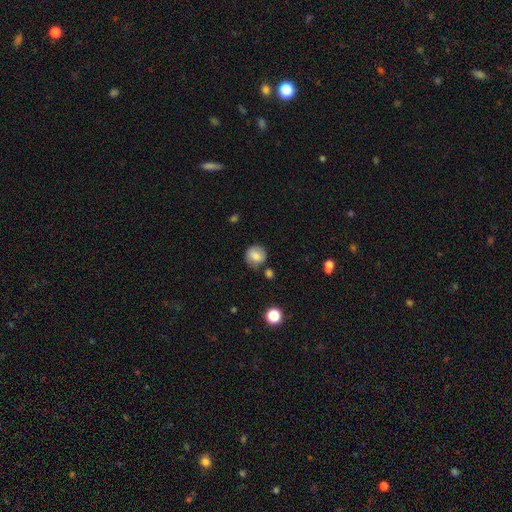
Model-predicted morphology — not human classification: A smooth galaxy with no disk features (77%) that is round (86%).

Vote fractions:
- Smooth or featured? smooth: 77% / featured or disk: 14% / star or artifact: 9%
- How rounded? round: 86% / in between: 13% / cigar-shaped: 1%
- Merging? none: 77% / minor disturbance: 14% / merger: 5% / major disturbance: 4%